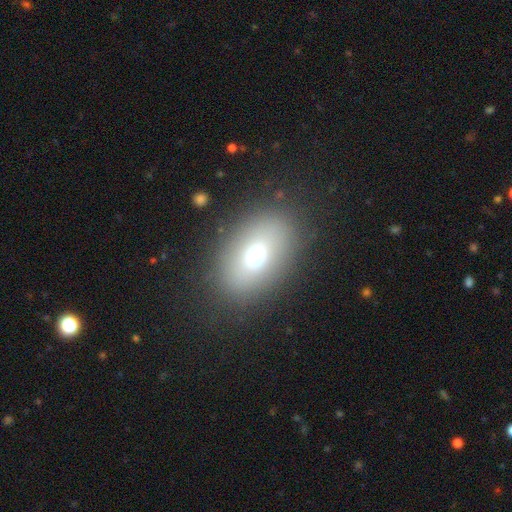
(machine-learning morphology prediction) smooth 66%, featured or disk 18%, star or artifact 16%. Down the decision tree: how rounded — in between (74%); merging — none (84%).